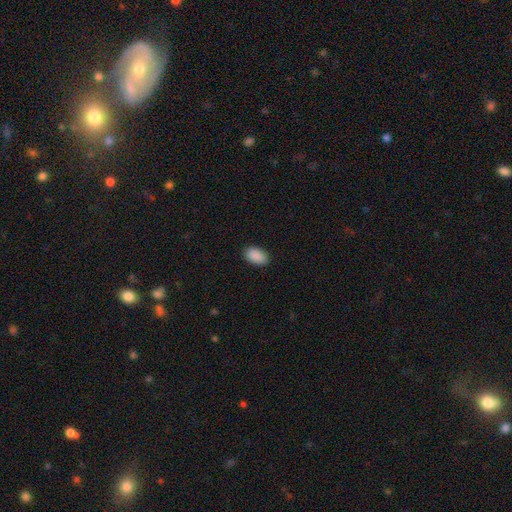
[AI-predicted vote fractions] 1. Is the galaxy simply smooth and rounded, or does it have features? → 91% smooth, 7% star or artifact, 2% featured or disk.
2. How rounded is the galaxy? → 93% in between, 6% round, 1% cigar-shaped.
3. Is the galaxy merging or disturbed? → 88% none, 9% minor disturbance, 2% major disturbance, 1% merger.